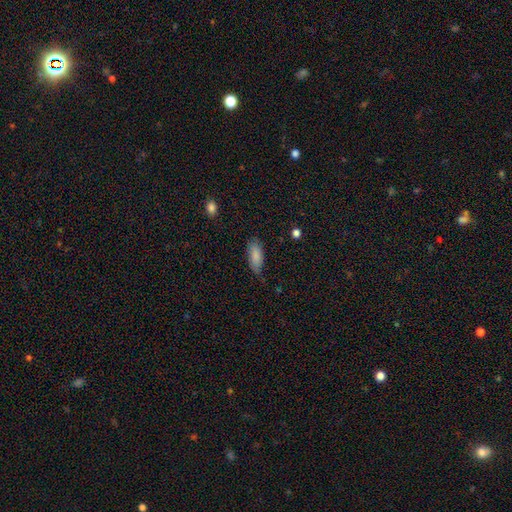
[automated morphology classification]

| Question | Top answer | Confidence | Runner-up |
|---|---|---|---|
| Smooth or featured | smooth | 85% | featured or disk (9%) |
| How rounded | in between | 82% | cigar-shaped (17%) |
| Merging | none | 74% | minor disturbance (21%) |